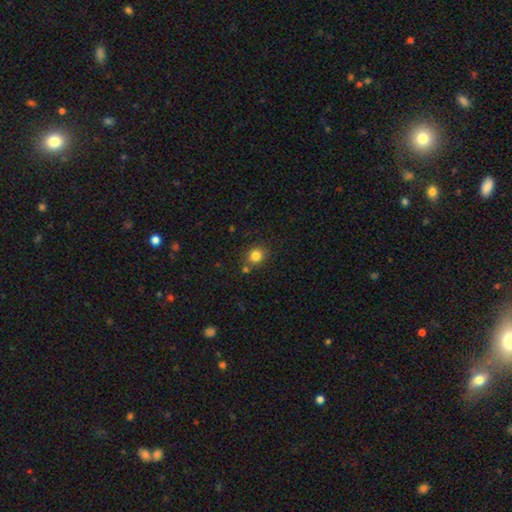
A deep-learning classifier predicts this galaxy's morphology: Smooth or featured? smooth (82%)
How rounded? round (81%)
Merging? none (77%)